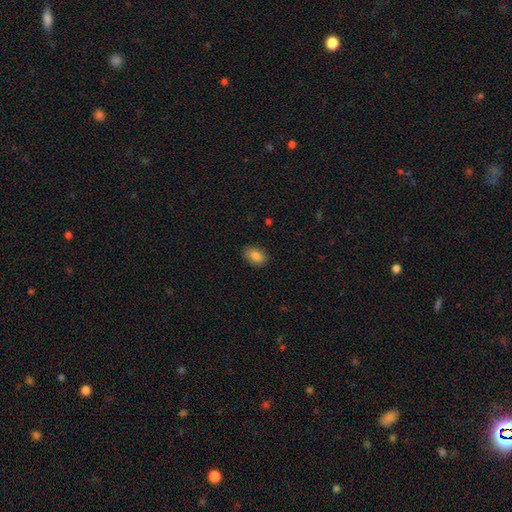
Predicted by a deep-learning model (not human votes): Q: Smooth or featured?
A: smooth (83%); runner-up: featured or disk (9%)
Q: How rounded?
A: in between (81%); runner-up: round (17%)
Q: Merging?
A: none (87%); runner-up: minor disturbance (10%)